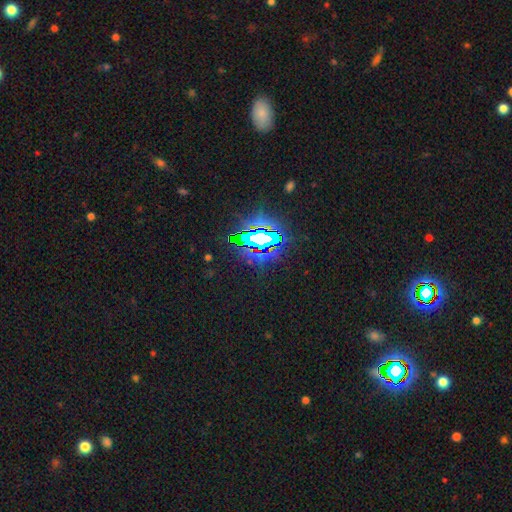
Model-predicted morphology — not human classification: Smooth or featured?
  - star or artifact: 76% *
  - smooth: 14%
  - featured or disk: 9%